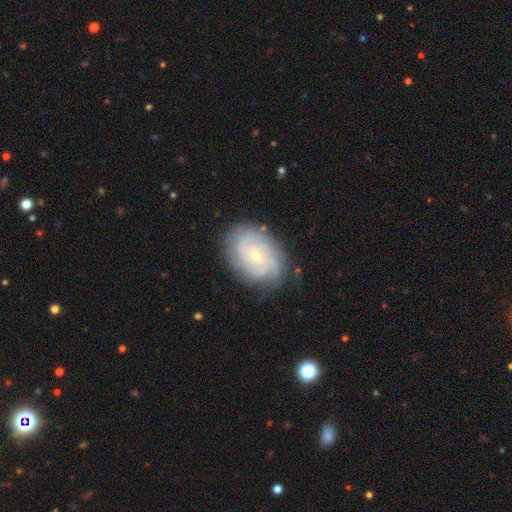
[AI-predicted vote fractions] smooth-or-featured: featured or disk: 81% | smooth: 12% | star or artifact: 6%
  disk-edge-on: no: 97% | yes: 3%
    bar: no: 67% | weak: 28% | strong: 5%
    has-spiral-arms: yes: 96% | no: 4%
      spiral-winding: tight: 70% | medium: 24% | loose: 5%
      spiral-arm-count: can't tell: 32% | 3: 21% | 4: 18% | 2: 16% | more than 4: 7% | 1: 6%
    bulge-size: small: 71% | moderate: 26% | none: 1% | large: 1% | dominant: 1%
  merging: none: 80% | minor disturbance: 15% | major disturbance: 4% | merger: 1%